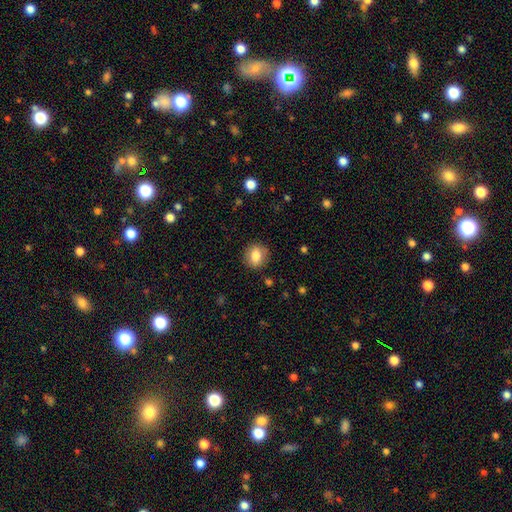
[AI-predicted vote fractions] Smooth or featured: smooth — 81% (featured or disk — 10%)
How rounded: round — 73% (in between — 26%)
Merging: none — 87% (minor disturbance — 9%)